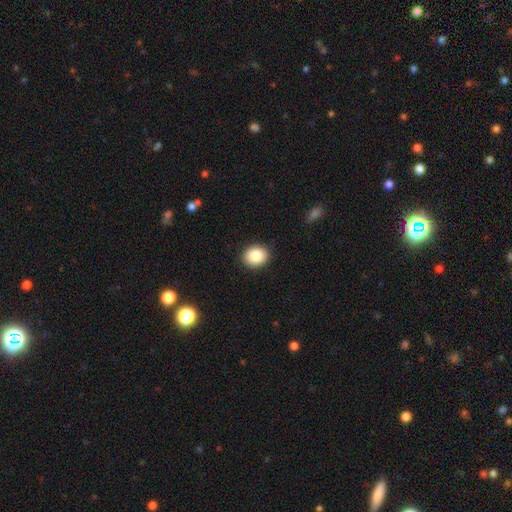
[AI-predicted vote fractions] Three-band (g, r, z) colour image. It shows a smooth galaxy with no disk features (85%) that is round (64%). Merging: none (91%).